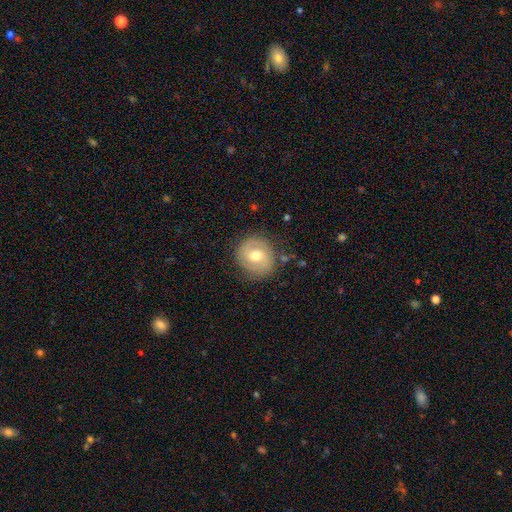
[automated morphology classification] Q: Smooth or featured?
A: featured or disk (49%); runner-up: smooth (43%)
Q: Merging?
A: none (81%); runner-up: minor disturbance (13%)